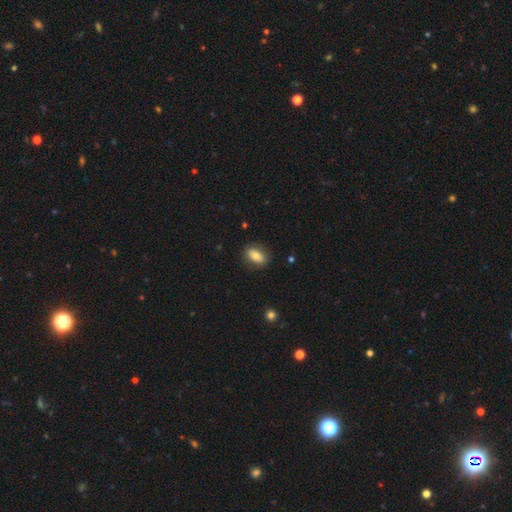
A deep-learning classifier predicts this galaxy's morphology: smooth-or-featured: smooth: 74% | featured or disk: 18% | star or artifact: 8%
  how-rounded: in between: 86% | round: 10% | cigar-shaped: 4%
  merging: none: 82% | minor disturbance: 13% | major disturbance: 4% | merger: 1%